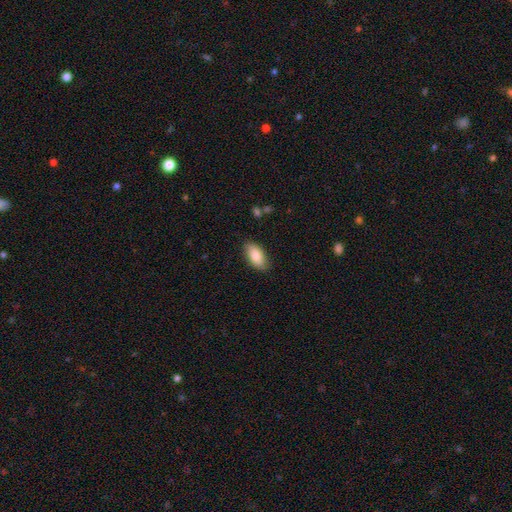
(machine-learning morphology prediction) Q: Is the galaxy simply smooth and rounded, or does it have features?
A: smooth — 83%.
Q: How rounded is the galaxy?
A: in between — 92%.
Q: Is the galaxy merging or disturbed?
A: none — 85%.